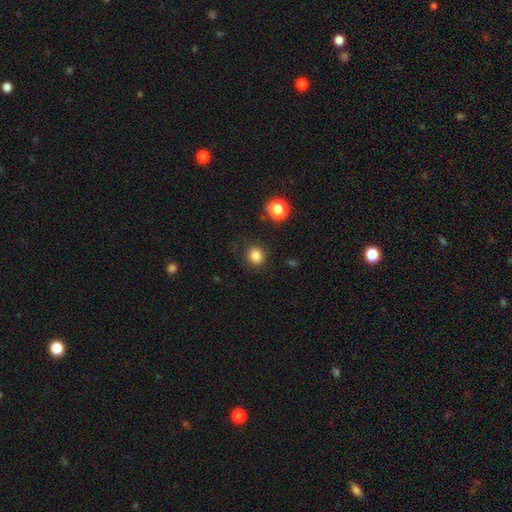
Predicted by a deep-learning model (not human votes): A smooth galaxy with no disk features (83%) that is round (88%). Merging: none (86%).